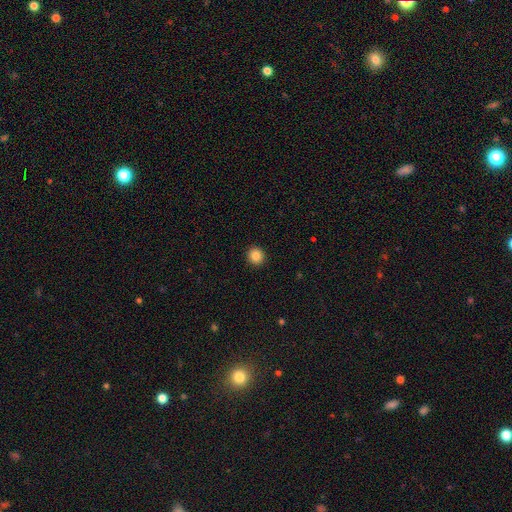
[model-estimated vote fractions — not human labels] Smooth or featured?
  - smooth: 85% *
  - star or artifact: 10%
  - featured or disk: 5%
How rounded?
  - round: 91% *
  - in between: 8%
  - cigar-shaped: 1%
Merging?
  - none: 93% *
  - minor disturbance: 5%
  - major disturbance: 2%
  - merger: 1%